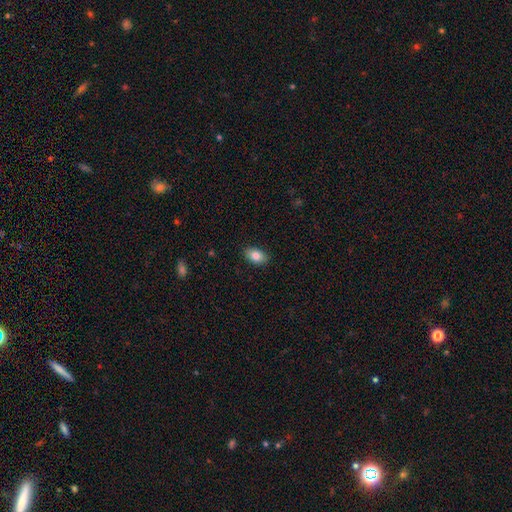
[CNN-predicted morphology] This appears to be a smooth galaxy with no disk features (84%) that is in between round and cigar-shaped (88%). Merging: none (88%).